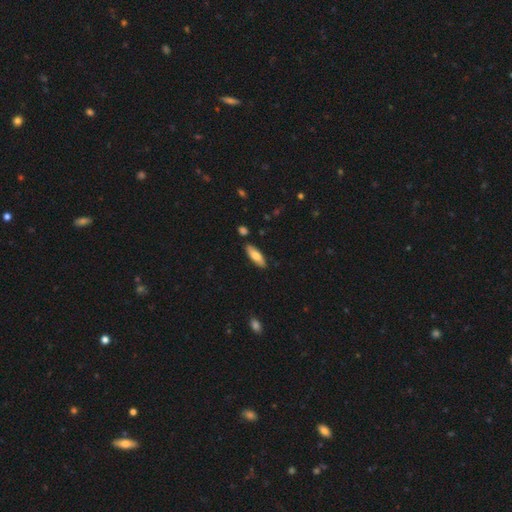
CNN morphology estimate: Smooth or featured? Predicted: smooth (p=0.74). How rounded? Predicted: in between (p=0.53). Merging? Predicted: none (p=0.85).